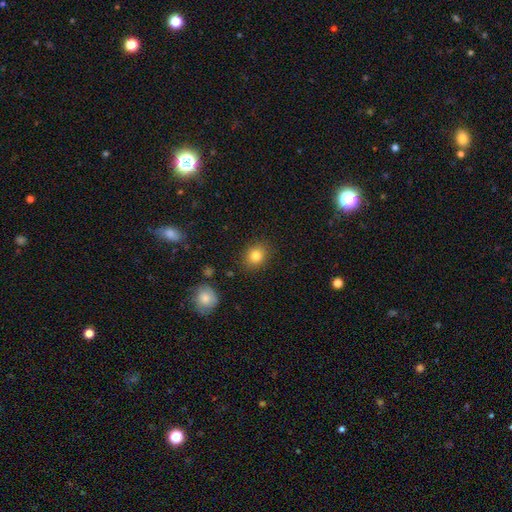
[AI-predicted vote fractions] Overall: smooth (82%). How rounded: round (69%; in between 30%). Merging: none (86%).